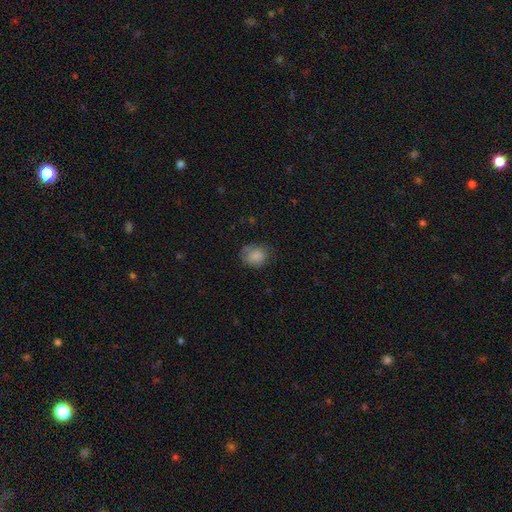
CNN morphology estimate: smooth-or-featured: smooth: 84% | star or artifact: 9% | featured or disk: 7%
  how-rounded: round: 57% | in between: 42% | cigar-shaped: 1%
  merging: none: 66% | minor disturbance: 25% | major disturbance: 8% | merger: 2%